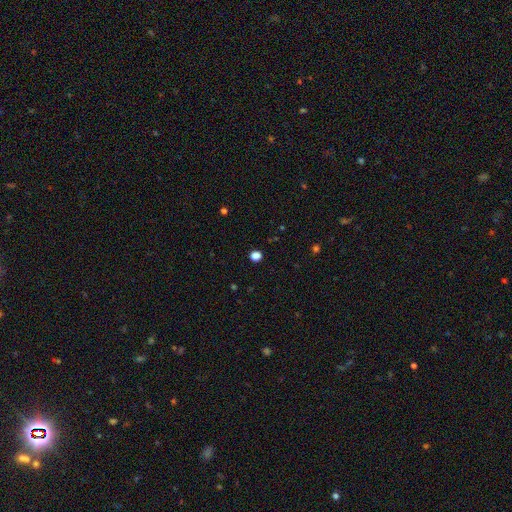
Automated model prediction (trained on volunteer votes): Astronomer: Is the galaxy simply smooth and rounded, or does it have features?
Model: smooth — 79%.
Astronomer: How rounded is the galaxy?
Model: round — 77%.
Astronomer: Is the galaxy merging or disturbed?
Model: none — 91%.